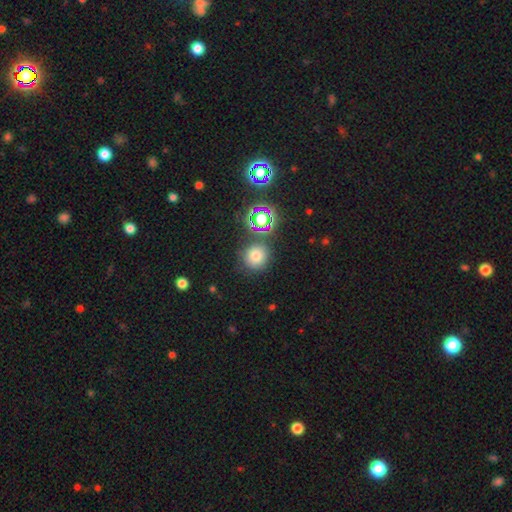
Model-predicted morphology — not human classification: Overall: smooth (68%). How rounded: round (91%). Merging: none (79%).